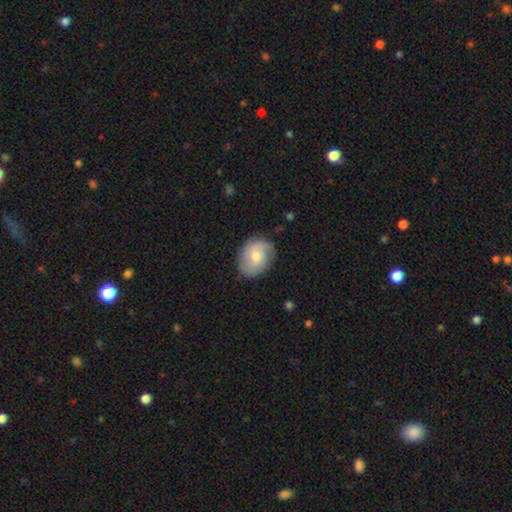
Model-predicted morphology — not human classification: smooth-or-featured: smooth: 54% | featured or disk: 39% | star or artifact: 7%
  how-rounded: in between: 54% | round: 45% | cigar-shaped: 1%
  merging: none: 77% | minor disturbance: 18% | major disturbance: 4% | merger: 1%